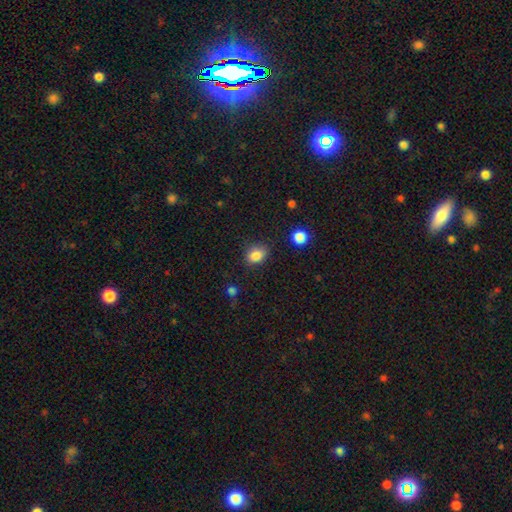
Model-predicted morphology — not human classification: smooth_or_featured: smooth (p=0.84) [alt: star or artifact p=0.10]
how_rounded: in between (p=0.61) [alt: round p=0.38]
merging: none (p=0.76) [alt: minor disturbance p=0.17]